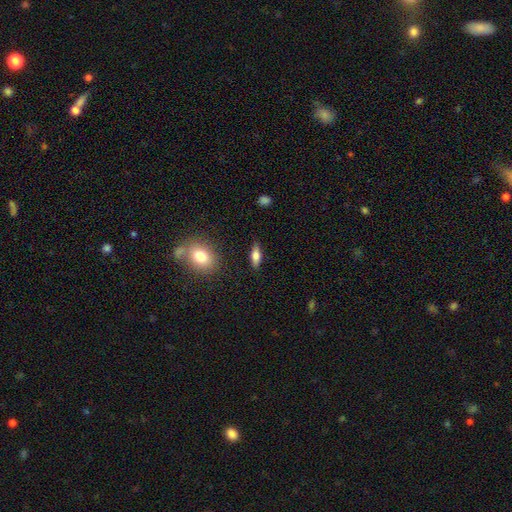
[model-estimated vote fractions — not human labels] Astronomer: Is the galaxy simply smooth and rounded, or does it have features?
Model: smooth — 67%.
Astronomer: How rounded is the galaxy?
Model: in between — 62%.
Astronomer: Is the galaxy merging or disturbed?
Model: none — 86%.